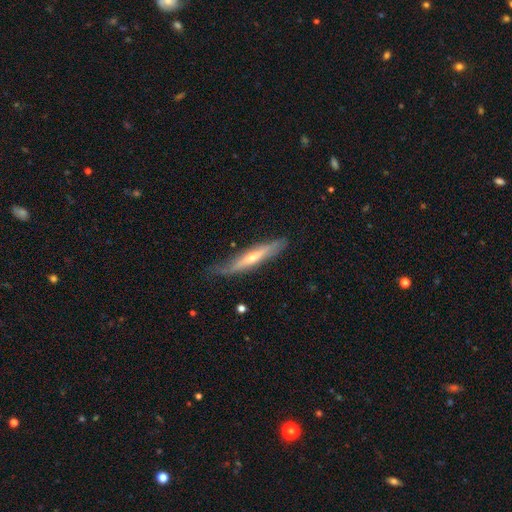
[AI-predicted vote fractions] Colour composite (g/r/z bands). It shows a featured or disk galaxy (62%) viewed edge-on (85%) with a rounded central bulge (74%). Merging: none (68%).